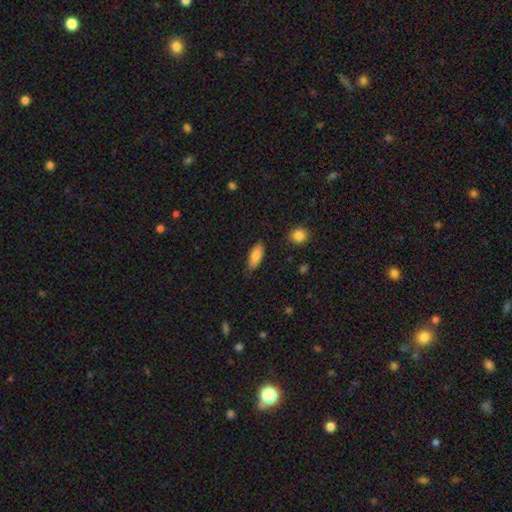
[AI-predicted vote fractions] Smooth or featured?
  - smooth: 82% *
  - featured or disk: 11%
  - star or artifact: 7%
How rounded?
  - in between: 81% *
  - cigar-shaped: 17%
  - round: 2%
Merging?
  - none: 81% *
  - minor disturbance: 15%
  - major disturbance: 3%
  - merger: 2%